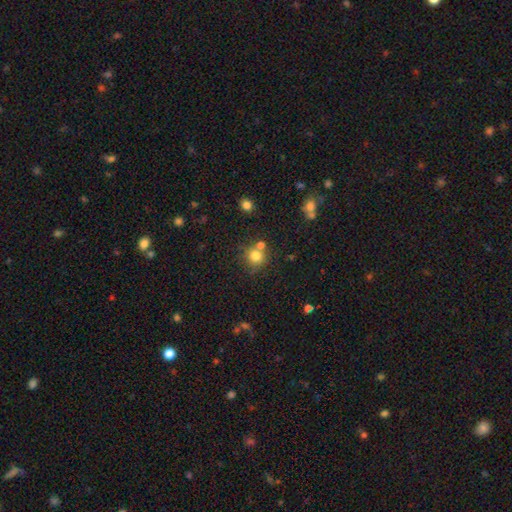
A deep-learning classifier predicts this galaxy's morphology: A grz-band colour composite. It shows a smooth galaxy with no disk features (78%) that is round (89%). Merging: none (63%).